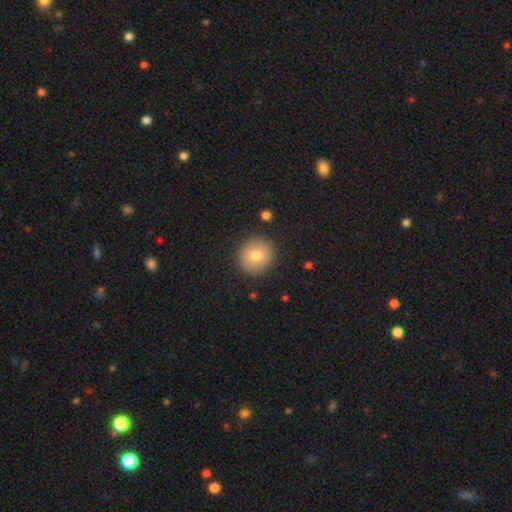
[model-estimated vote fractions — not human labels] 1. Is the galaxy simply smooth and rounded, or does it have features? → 76% smooth, 15% featured or disk, 9% star or artifact.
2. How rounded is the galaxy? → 87% round, 12% in between, 1% cigar-shaped.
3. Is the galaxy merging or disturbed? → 89% none, 7% minor disturbance, 2% major disturbance, 1% merger.